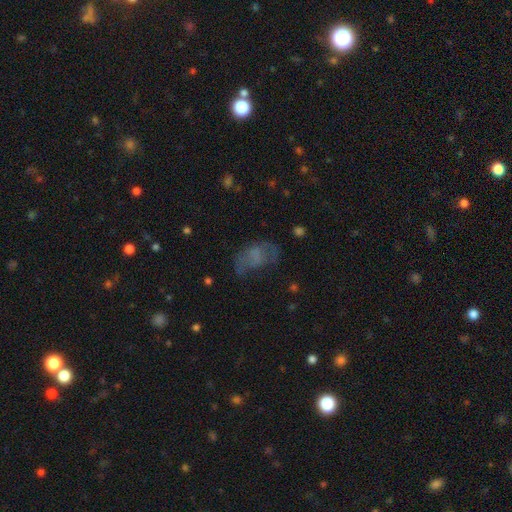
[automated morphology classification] smooth-or-featured: smooth: 50% | featured or disk: 35% | star or artifact: 15%
  how-rounded: in between: 87% | round: 11% | cigar-shaped: 2%
  merging: none: 42% | major disturbance: 31% | minor disturbance: 24% | merger: 3%